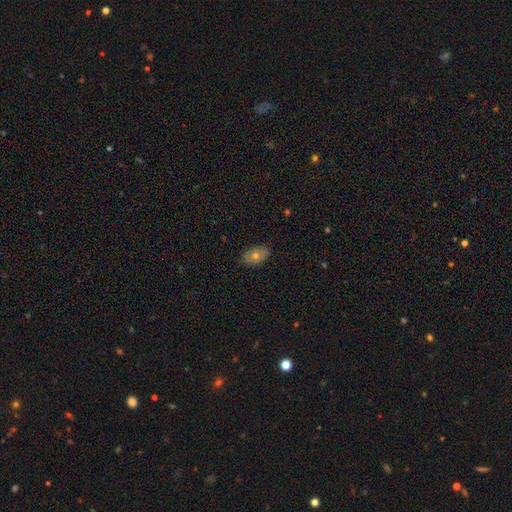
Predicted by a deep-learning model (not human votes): A smooth galaxy with no disk features (63%) that is in between round and cigar-shaped (89%). Merging: none (84%).